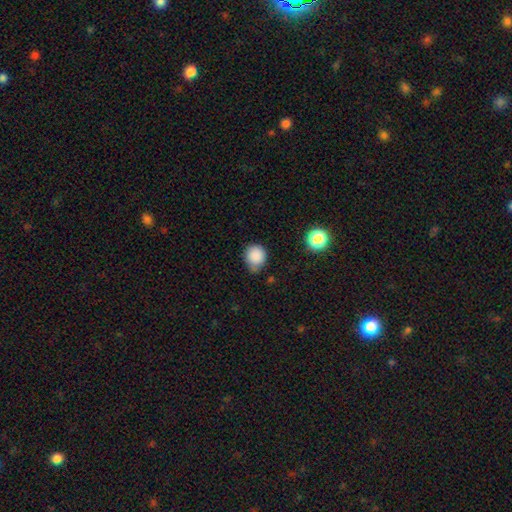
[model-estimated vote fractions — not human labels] smooth-or-featured: smooth: 86% | star or artifact: 10% | featured or disk: 4%
  how-rounded: round: 80% | in between: 19% | cigar-shaped: 1%
  merging: none: 62% | minor disturbance: 30% | major disturbance: 5% | merger: 3%